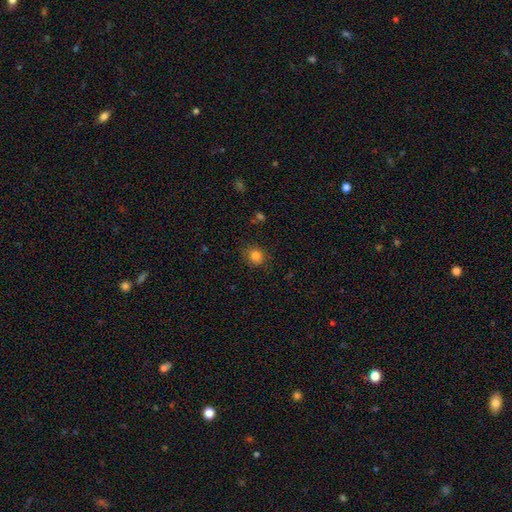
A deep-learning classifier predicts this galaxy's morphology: Q: Smooth or featured?
A: smooth (83%); runner-up: star or artifact (12%)
Q: How rounded?
A: round (82%); runner-up: in between (17%)
Q: Merging?
A: none (85%); runner-up: minor disturbance (11%)